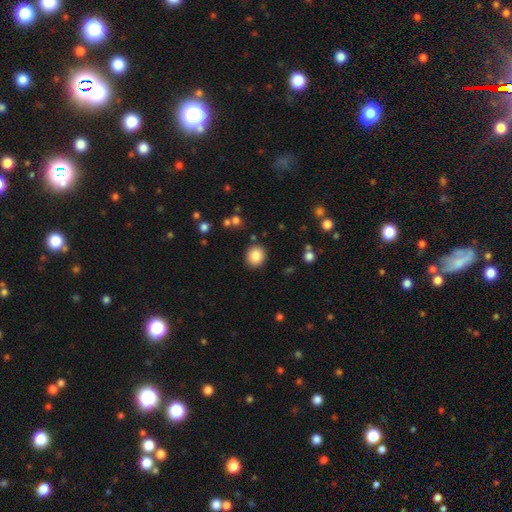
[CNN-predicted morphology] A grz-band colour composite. It shows a smooth galaxy with no disk features (85%) that is round (85%). Merging: none (89%).